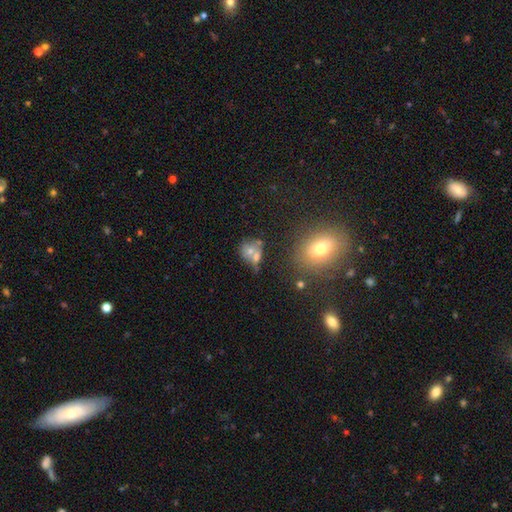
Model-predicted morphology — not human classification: Smooth or featured? Predicted: smooth (p=0.63). How rounded? Predicted: round (p=0.63). Merging? Predicted: none (p=0.47).